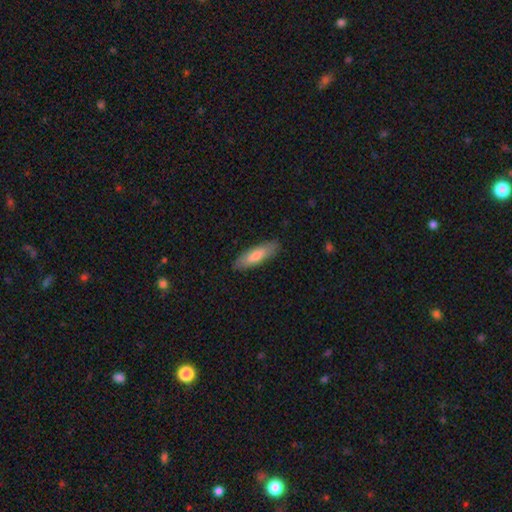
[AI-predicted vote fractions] Smooth or featured? smooth (75%)
How rounded? cigar-shaped (59%)
Merging? none (87%)